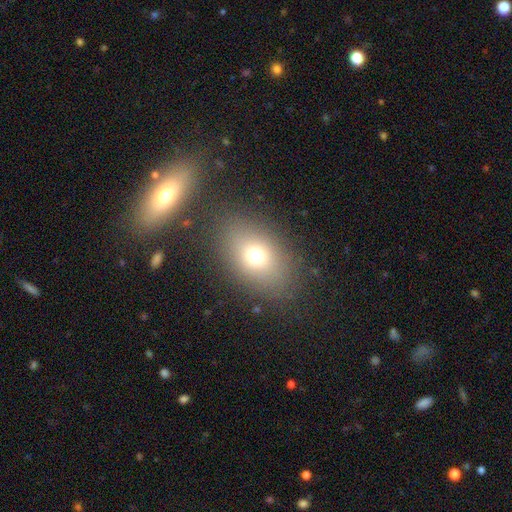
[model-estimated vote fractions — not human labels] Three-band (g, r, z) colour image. It shows a smooth galaxy with no disk features (70%) that is in between round and cigar-shaped (74%). Merging: none (79%).